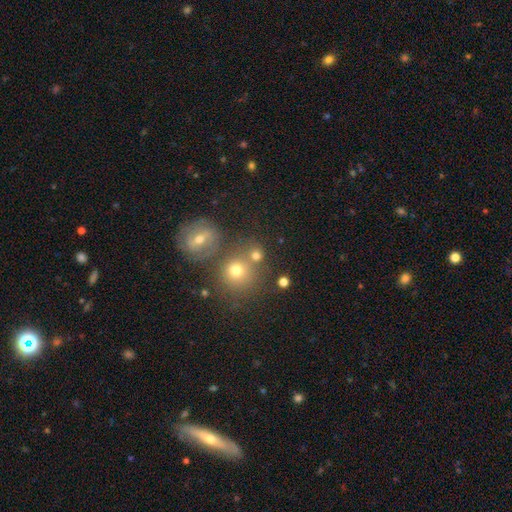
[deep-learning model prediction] Smooth or featured: smooth — 72% (star or artifact — 15%)
How rounded: round — 84% (in between — 14%)
Merging: none — 64% (merger — 22%)